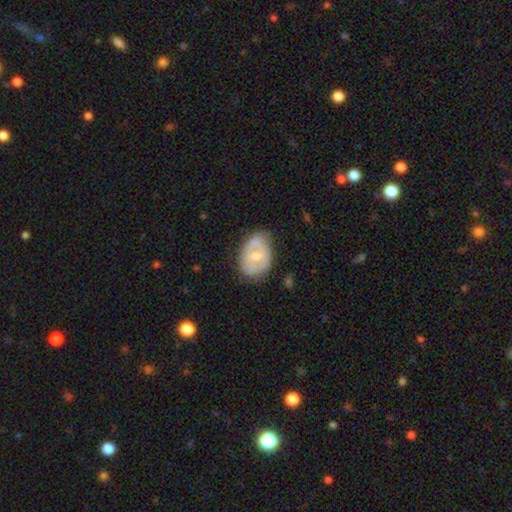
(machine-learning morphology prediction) Smooth or featured: featured or disk — 53% (smooth — 42%)
Edge-on disk: no — 95% (yes — 5%)
Merging: none — 57% (minor disturbance — 31%)